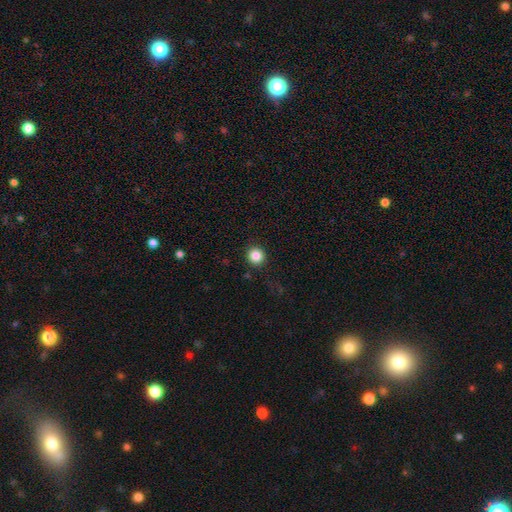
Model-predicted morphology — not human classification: Smooth or featured: smooth — 85% (star or artifact — 10%)
How rounded: round — 93% (in between — 6%)
Merging: none — 90% (minor disturbance — 6%)